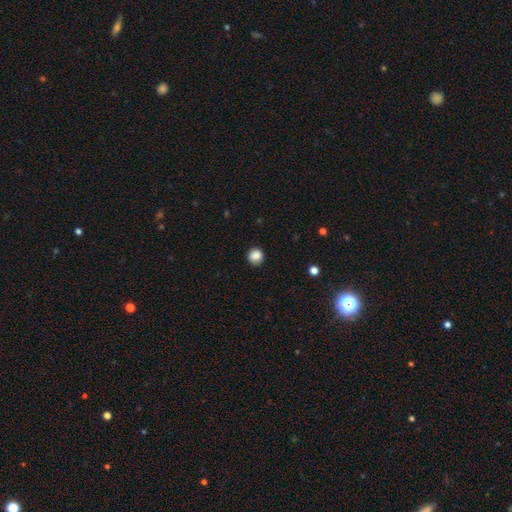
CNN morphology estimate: The model was most divided on "smooth or featured": smooth: 86%, star or artifact: 9%, featured or disk: 4%. More confident: how rounded — round (90%); merging — none (89%).